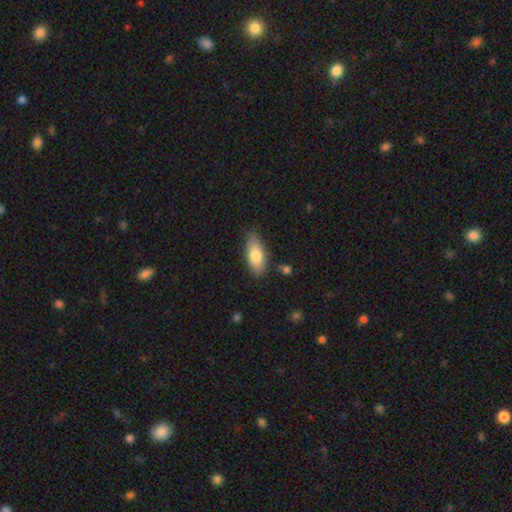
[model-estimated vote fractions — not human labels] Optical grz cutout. It shows a smooth galaxy with no disk features (75%) that is in between round and cigar-shaped (78%). Merging: none (81%).